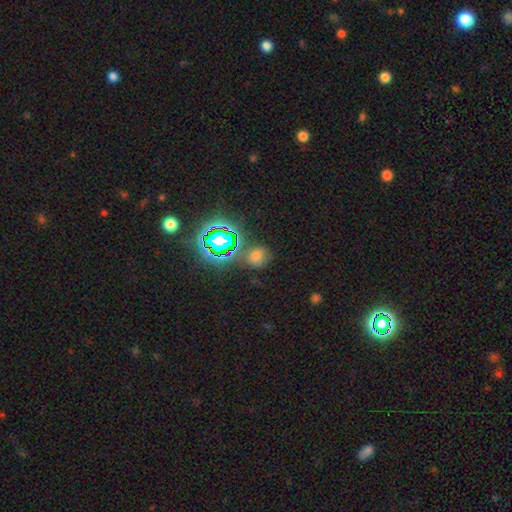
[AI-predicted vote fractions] This appears to be a smooth galaxy with no disk features (52%) that is round (68%). Merging: none (71%).